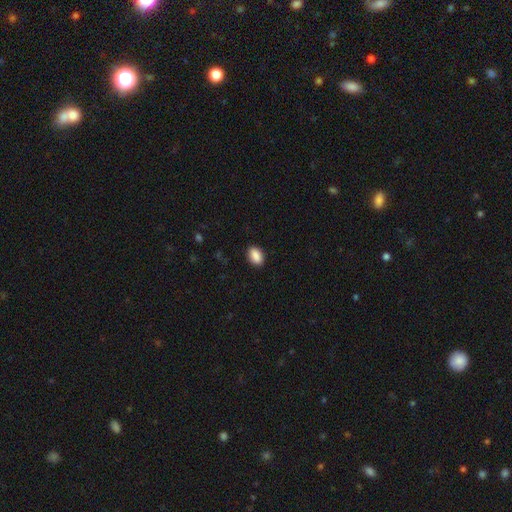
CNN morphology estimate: Smooth or featured? smooth (90%)
How rounded? in between (88%)
Merging? none (89%)